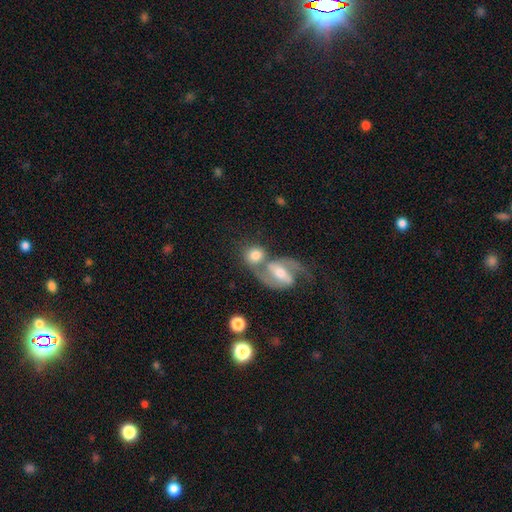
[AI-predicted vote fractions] This is possibly a featured or disk galaxy (52%). It is clearly not viewed edge-on (95%). Merging: marginally merger (43%).